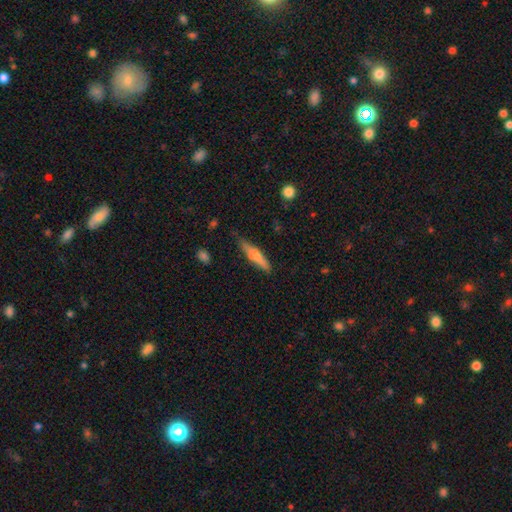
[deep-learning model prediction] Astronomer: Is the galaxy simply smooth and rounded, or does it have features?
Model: smooth — 70%.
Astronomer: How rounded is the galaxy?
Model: cigar-shaped — 83%.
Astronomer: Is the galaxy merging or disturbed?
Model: none — 67%.